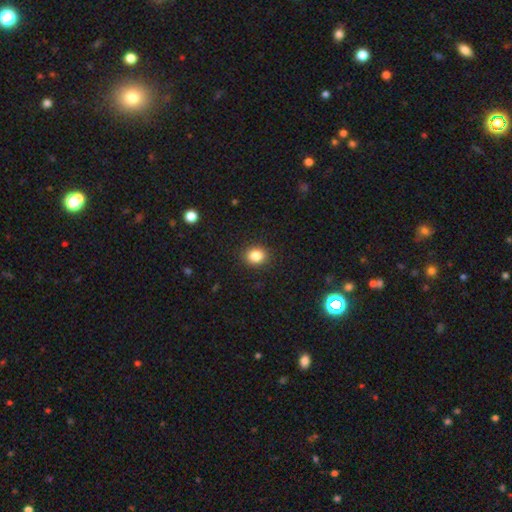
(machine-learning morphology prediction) A smooth galaxy with no disk features (85%) that is round (60%). Merging: none (90%).